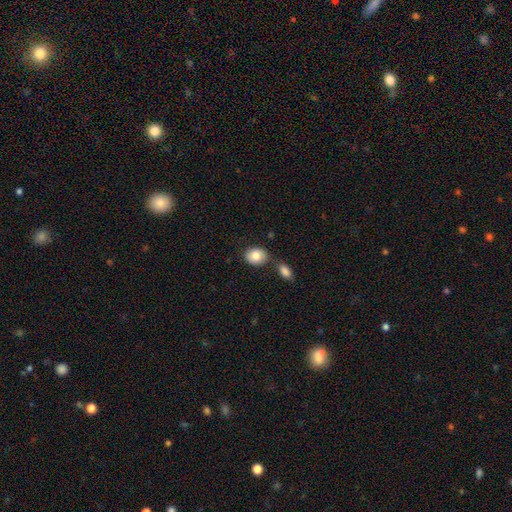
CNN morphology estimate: Smooth or featured: smooth — 84% (featured or disk — 9%)
How rounded: in between — 54% (round — 45%)
Merging: none — 67% (merger — 16%)